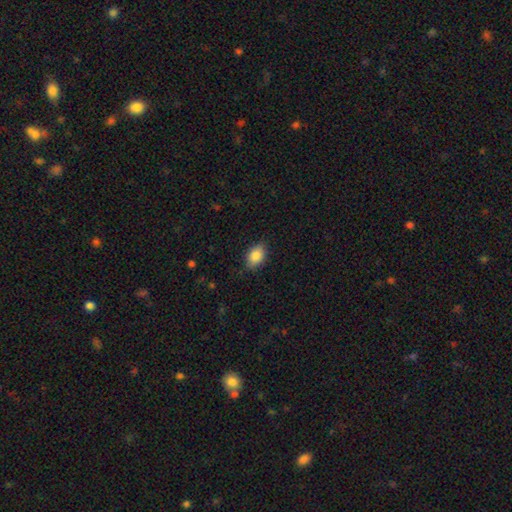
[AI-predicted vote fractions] A smooth galaxy with no disk features (87%) that is in between round and cigar-shaped (86%).

Vote fractions:
- Smooth or featured? smooth: 87% / star or artifact: 7% / featured or disk: 6%
- How rounded? in between: 86% / round: 12% / cigar-shaped: 2%
- Merging? none: 83% / minor disturbance: 13% / major disturbance: 3% / merger: 1%